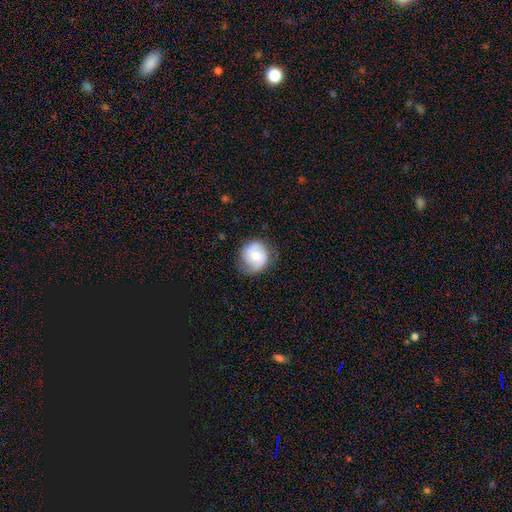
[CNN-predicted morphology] A smooth galaxy with no disk features (53%) that is round (83%). Merging: none (68%).